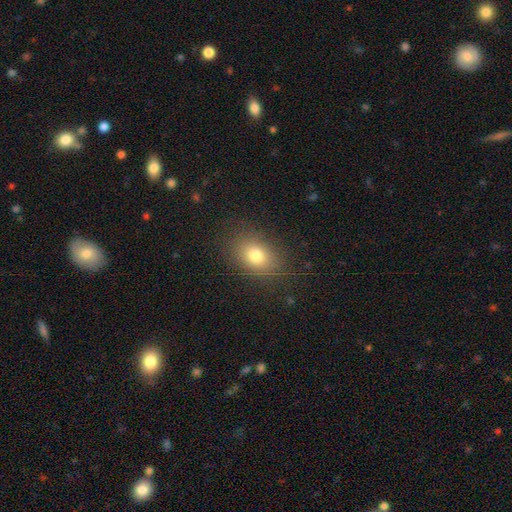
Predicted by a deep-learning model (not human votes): Morphology: type=smooth (78%); roundness=in between (71%); merging=none (84%).